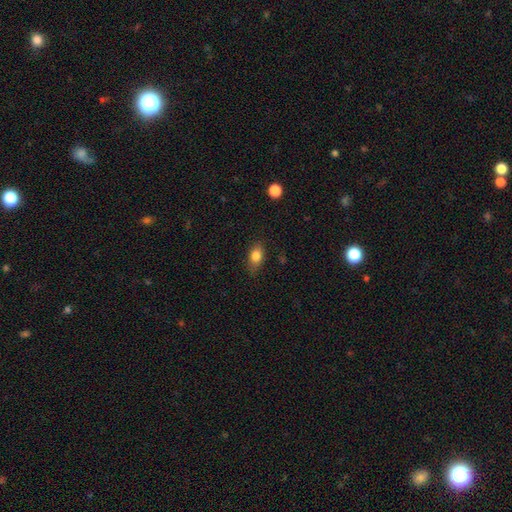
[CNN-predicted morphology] A smooth galaxy with no disk features (82%) that is in between round and cigar-shaped (80%).

Vote fractions:
- Smooth or featured? smooth: 82% / featured or disk: 10% / star or artifact: 9%
- How rounded? in between: 80% / round: 15% / cigar-shaped: 5%
- Merging? none: 80% / minor disturbance: 16% / major disturbance: 3% / merger: 1%